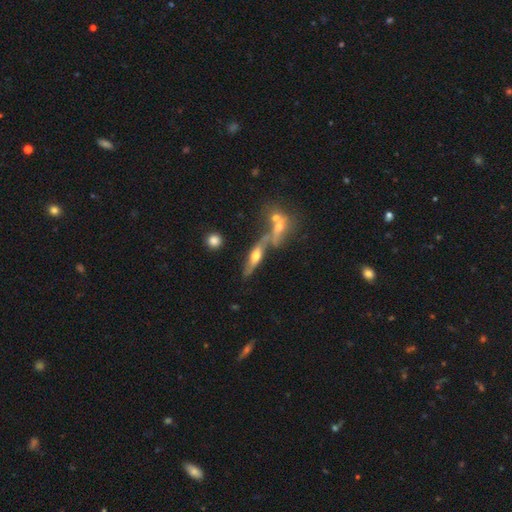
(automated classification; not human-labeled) featured or disk 56%, smooth 35%, star or artifact 9%. Down the decision tree: edge-on disk — yes (68%); merging — none (43%).